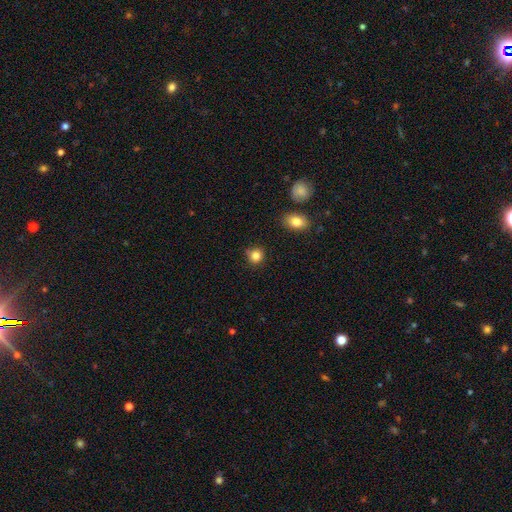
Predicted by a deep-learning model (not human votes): This is clearly a smooth galaxy (85%). How rounded: clearly round (86%). Merging: likely none (78%).